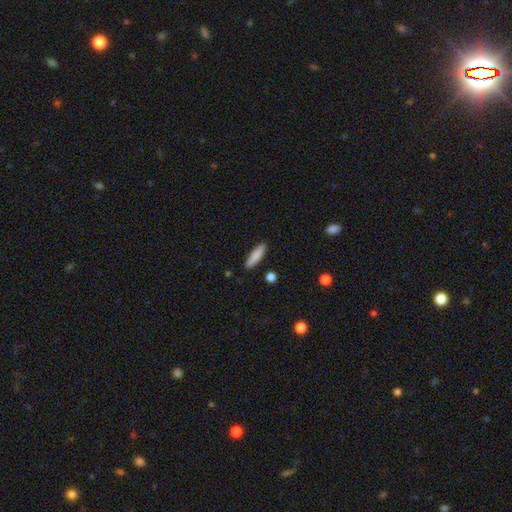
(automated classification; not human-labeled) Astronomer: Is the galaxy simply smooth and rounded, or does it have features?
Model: smooth — 84%.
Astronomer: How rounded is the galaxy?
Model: cigar-shaped — 69%.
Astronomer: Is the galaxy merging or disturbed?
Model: none — 87%.